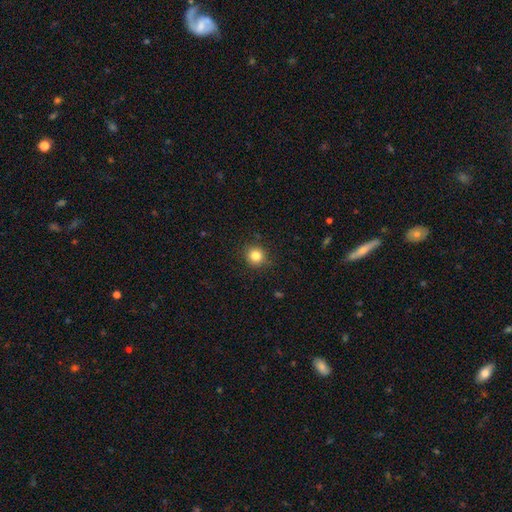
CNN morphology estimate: type=smooth (83%); roundness=round (92%); merging=none (90%).